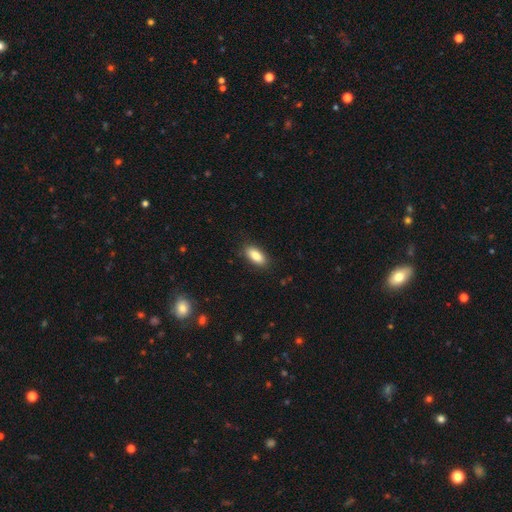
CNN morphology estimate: Q: Smooth or featured?
A: smooth (86%); runner-up: featured or disk (7%)
Q: How rounded?
A: in between (87%); runner-up: cigar-shaped (10%)
Q: Merging?
A: none (87%); runner-up: minor disturbance (10%)